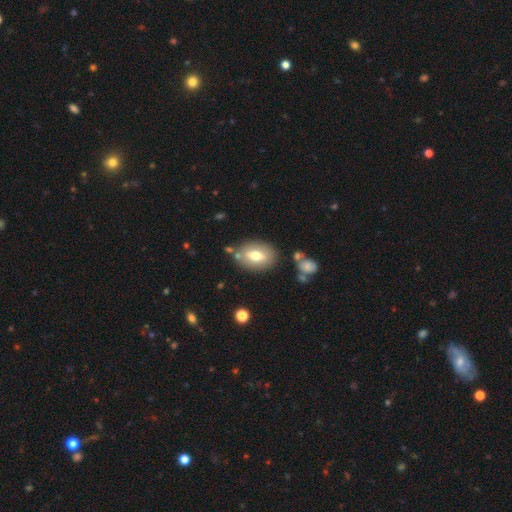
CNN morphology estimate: A smooth galaxy with no disk features (65%) that is in between round and cigar-shaped (82%).

Vote fractions:
- Smooth or featured? smooth: 65% / featured or disk: 27% / star or artifact: 8%
- How rounded? in between: 82% / round: 16% / cigar-shaped: 2%
- Merging? none: 76% / minor disturbance: 13% / merger: 7% / major disturbance: 4%